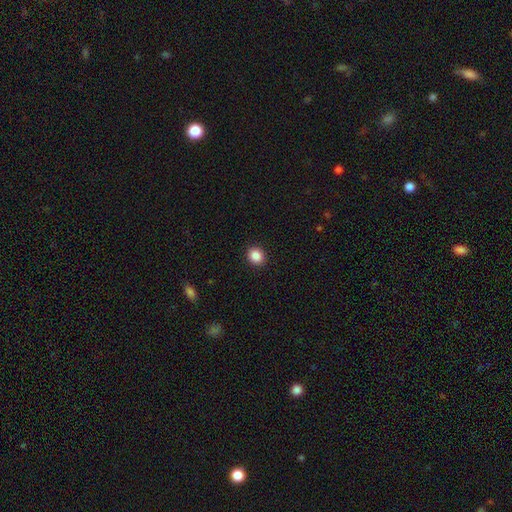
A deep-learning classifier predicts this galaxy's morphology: A smooth galaxy with no disk features (88%) that is round (69%). Merging: none (92%).